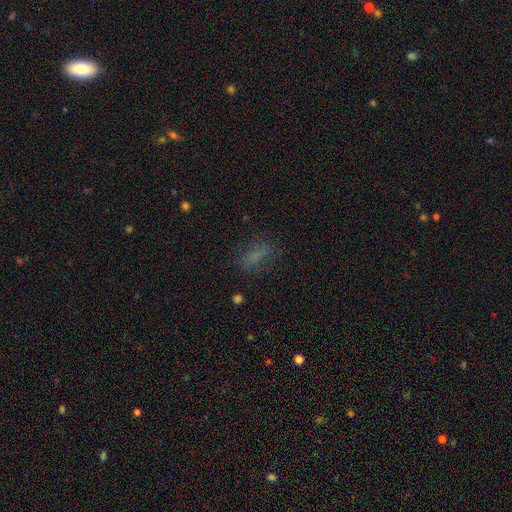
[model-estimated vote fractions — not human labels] A smooth galaxy with no disk features (68%) that is in between round and cigar-shaped (79%).

Vote fractions:
- Smooth or featured? smooth: 68% / star or artifact: 20% / featured or disk: 12%
- How rounded? in between: 79% / round: 11% / cigar-shaped: 10%
- Merging? none: 68% / minor disturbance: 18% / major disturbance: 12% / merger: 2%